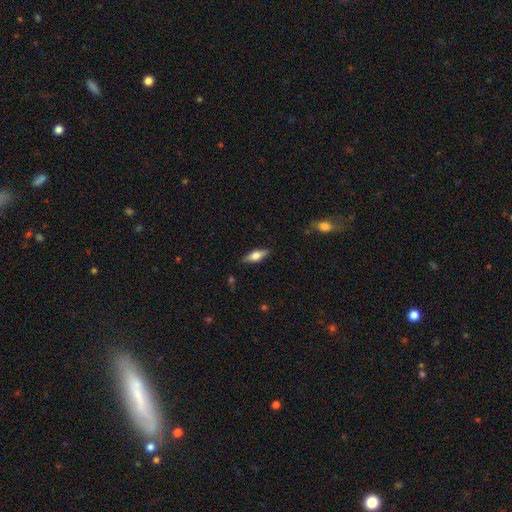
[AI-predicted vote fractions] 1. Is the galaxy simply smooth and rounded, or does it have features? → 60% smooth, 33% featured or disk, 6% star or artifact.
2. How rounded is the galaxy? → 61% in between, 36% cigar-shaped, 3% round.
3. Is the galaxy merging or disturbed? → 86% none, 11% minor disturbance, 2% major disturbance, 1% merger.